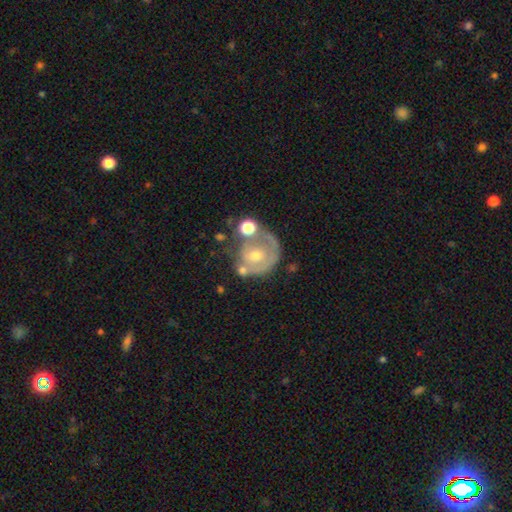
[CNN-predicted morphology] This is possibly a featured or disk galaxy (58%). It is clearly not viewed edge-on (97%). Bar: likely no (75%). Spiral arm pattern: possibly no (55%). Central bulge: possibly moderate (51%). Merging: marginally none (38%).